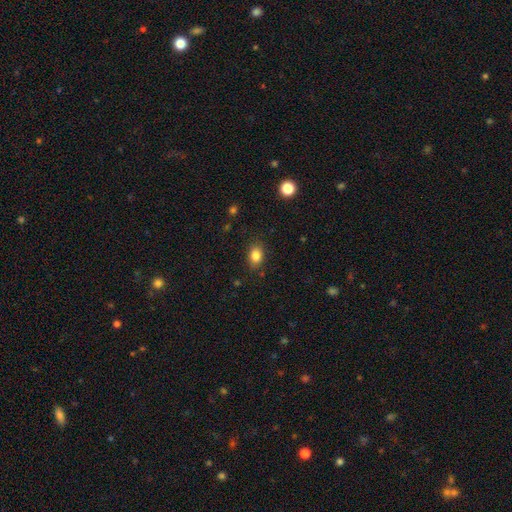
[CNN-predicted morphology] A smooth galaxy with no disk features (83%) that is in between round and cigar-shaped (72%).

Vote fractions:
- Smooth or featured? smooth: 83% / star or artifact: 10% / featured or disk: 7%
- How rounded? in between: 72% / round: 26% / cigar-shaped: 1%
- Merging? none: 84% / minor disturbance: 12% / major disturbance: 3% / merger: 1%